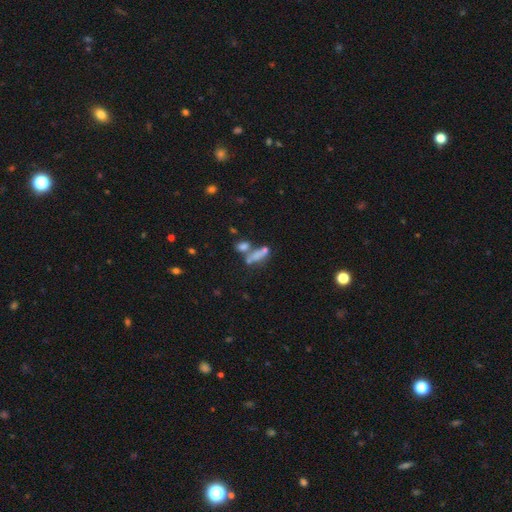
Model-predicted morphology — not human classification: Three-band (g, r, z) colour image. It shows a smooth galaxy with no disk features (61%) that is in between round and cigar-shaped (52%). Merging: merger (47%).